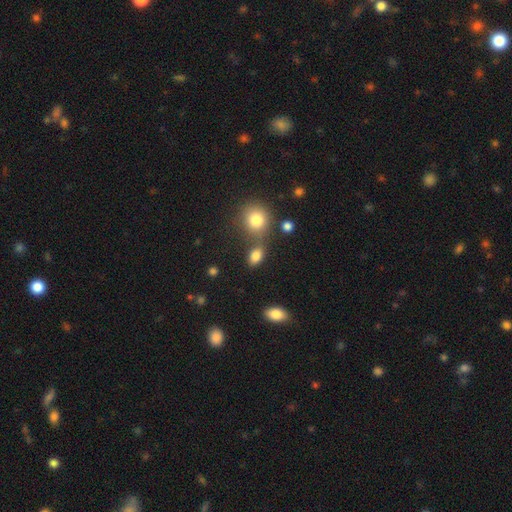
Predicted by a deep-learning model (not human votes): smooth-or-featured: smooth: 82% | star or artifact: 12% | featured or disk: 6%
  how-rounded: in between: 78% | round: 19% | cigar-shaped: 2%
  merging: none: 59% | merger: 21% | minor disturbance: 14% | major disturbance: 6%